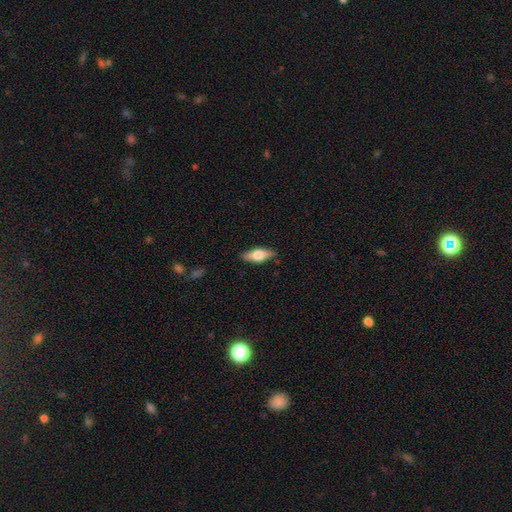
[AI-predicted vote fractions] This appears to be a smooth galaxy with no disk features (60%) that is in between round and cigar-shaped (72%). Merging: none (87%).